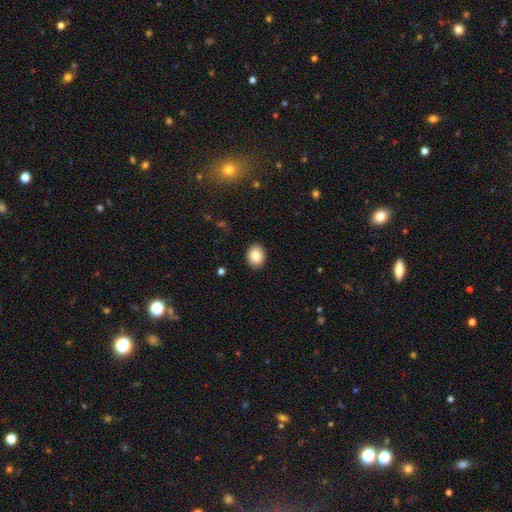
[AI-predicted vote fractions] Q: Smooth or featured?
A: smooth (86%); runner-up: star or artifact (8%)
Q: How rounded?
A: in between (52%); runner-up: round (47%)
Q: Merging?
A: none (90%); runner-up: minor disturbance (7%)